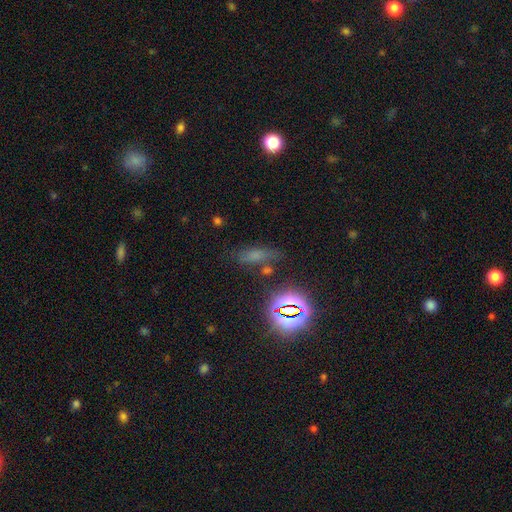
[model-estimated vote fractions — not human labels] smooth_or_featured: smooth (p=0.54) [alt: star or artifact p=0.31]
how_rounded: in between (p=0.54) [alt: cigar-shaped p=0.37]
merging: none (p=0.64) [alt: minor disturbance p=0.20]